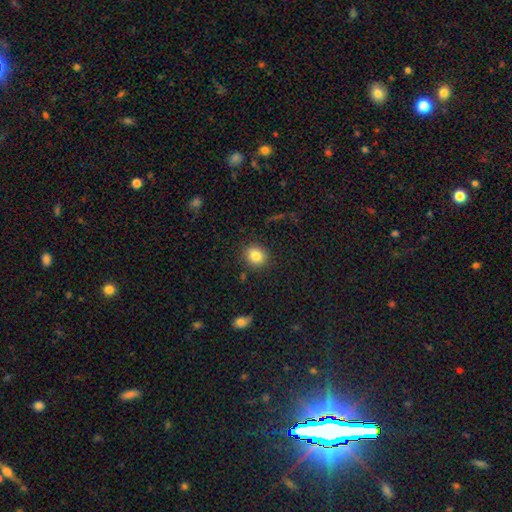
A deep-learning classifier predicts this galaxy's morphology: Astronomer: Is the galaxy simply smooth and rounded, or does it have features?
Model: smooth — 83%.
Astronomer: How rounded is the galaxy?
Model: round — 78%.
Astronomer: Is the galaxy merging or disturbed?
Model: none — 88%.